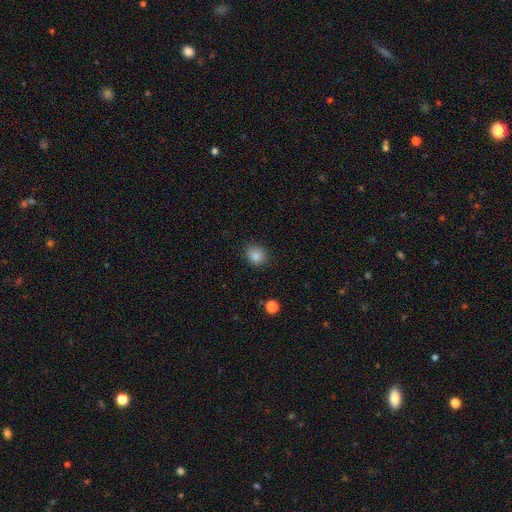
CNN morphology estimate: Smooth or featured? smooth (84%)
How rounded? round (71%)
Merging? none (88%)